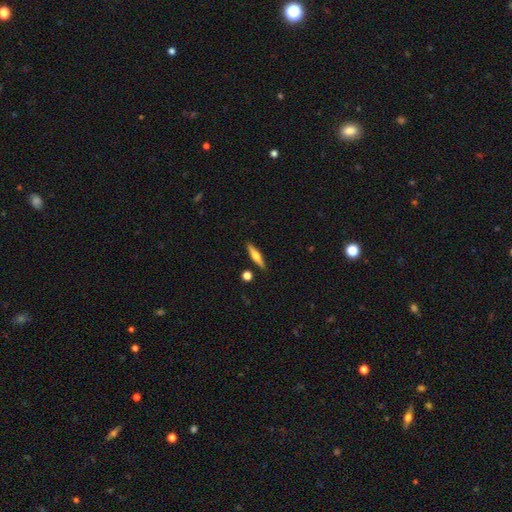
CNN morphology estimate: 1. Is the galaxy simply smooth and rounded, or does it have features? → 48% featured or disk, 45% smooth, 6% star or artifact.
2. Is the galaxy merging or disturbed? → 87% none, 8% minor disturbance, 3% merger, 2% major disturbance.